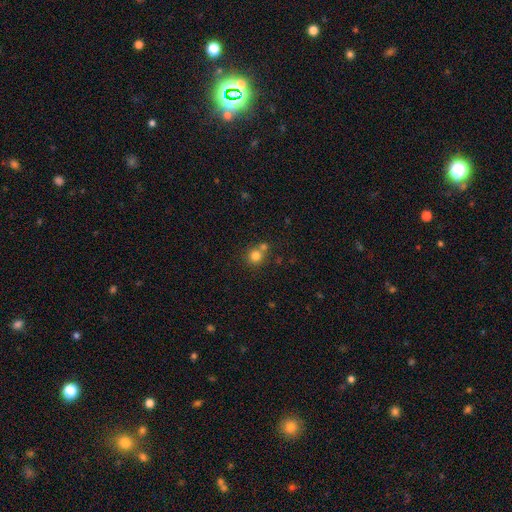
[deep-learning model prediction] Smooth or featured? smooth (79%)
How rounded? round (90%)
Merging? none (57%)